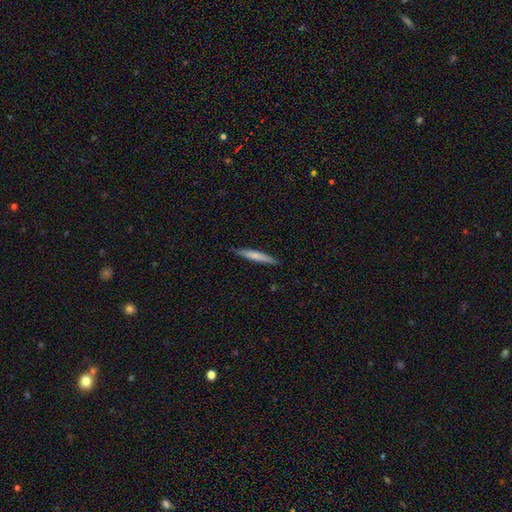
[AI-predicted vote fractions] Smooth or featured? Predicted: smooth (p=0.69). How rounded? Predicted: cigar-shaped (p=0.94). Merging? Predicted: none (p=0.88).